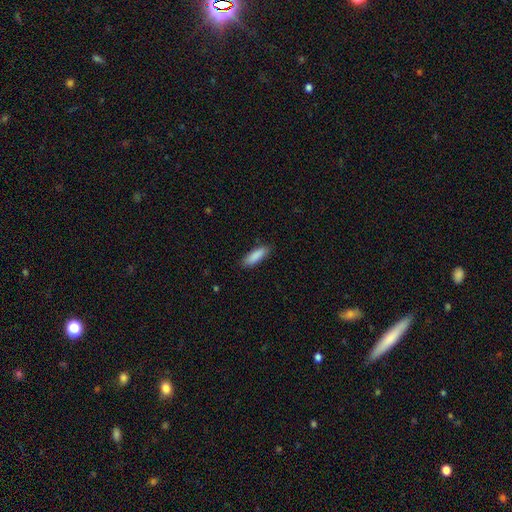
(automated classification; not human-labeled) This appears to be a smooth galaxy with no disk features (89%) that is in between round and cigar-shaped (54%). Merging: none (86%).